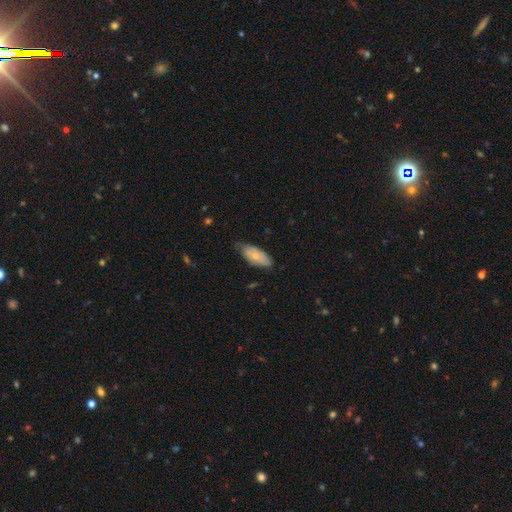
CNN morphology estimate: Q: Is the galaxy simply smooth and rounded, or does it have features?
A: smooth — 69%.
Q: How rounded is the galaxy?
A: in between — 84%.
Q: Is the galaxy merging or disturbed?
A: none — 57%.